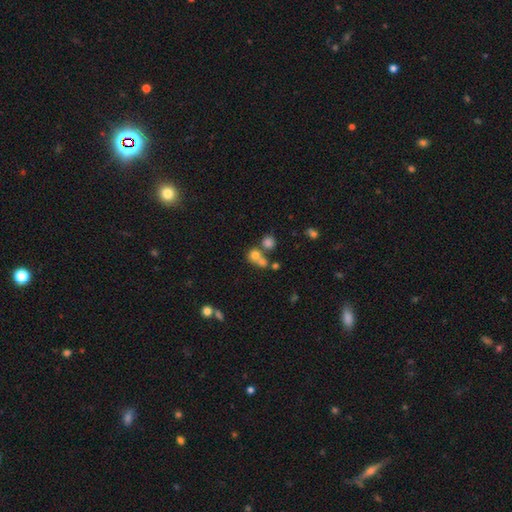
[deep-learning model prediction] Q: Smooth or featured?
A: smooth (70%); runner-up: star or artifact (16%)
Q: How rounded?
A: round (82%); runner-up: in between (17%)
Q: Merging?
A: merger (46%); runner-up: none (42%)